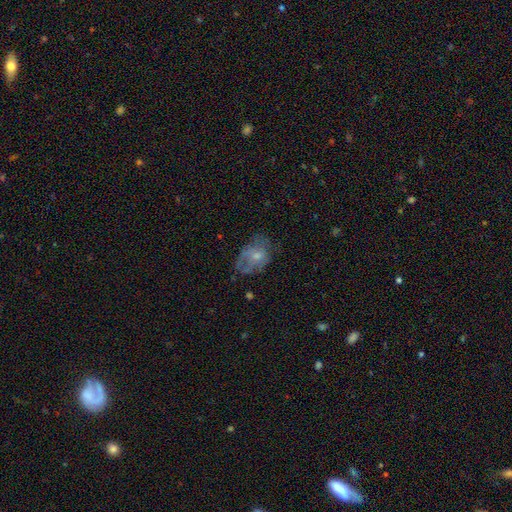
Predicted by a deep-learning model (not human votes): The model was most divided on "smooth or featured": smooth: 50%, featured or disk: 41%, star or artifact: 10%. Remaining: merging — none (45%).